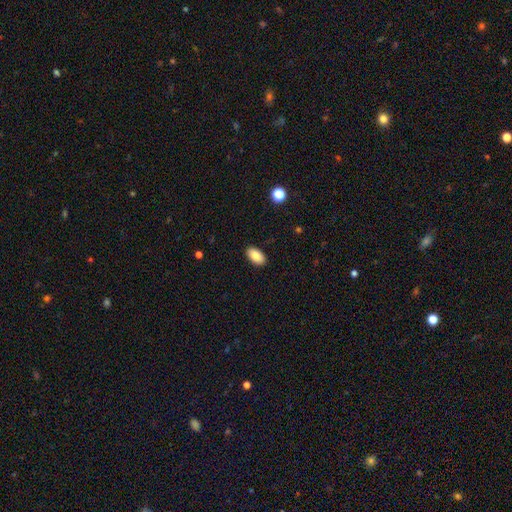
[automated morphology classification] Smooth or featured: smooth — 85% (star or artifact — 8%)
How rounded: in between — 94% (round — 4%)
Merging: none — 89% (minor disturbance — 8%)